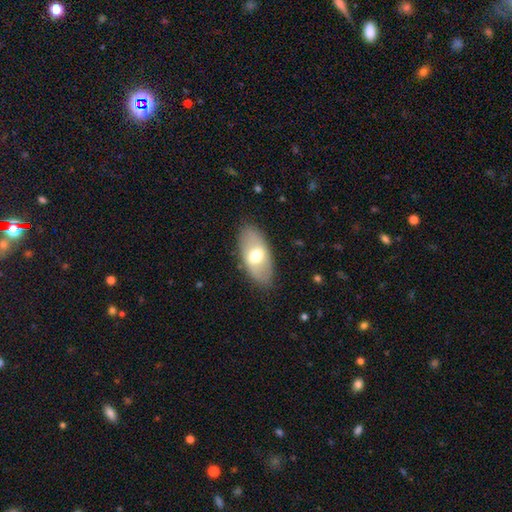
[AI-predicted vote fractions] Q: Smooth or featured?
A: smooth (57%); runner-up: featured or disk (37%)
Q: How rounded?
A: in between (91%); runner-up: cigar-shaped (5%)
Q: Merging?
A: none (83%); runner-up: minor disturbance (12%)